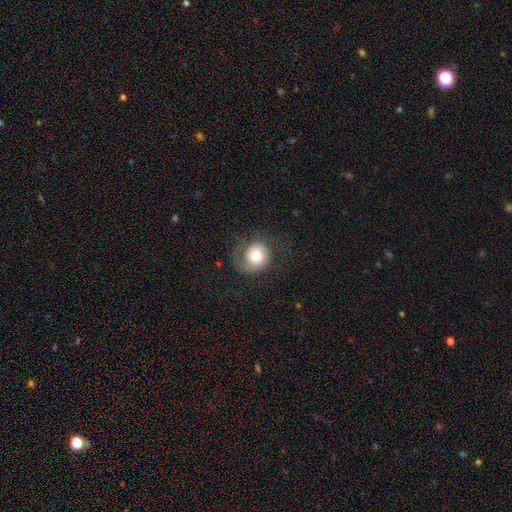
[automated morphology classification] A smooth galaxy with no disk features (69%) that is round (82%). Merging: none (61%).